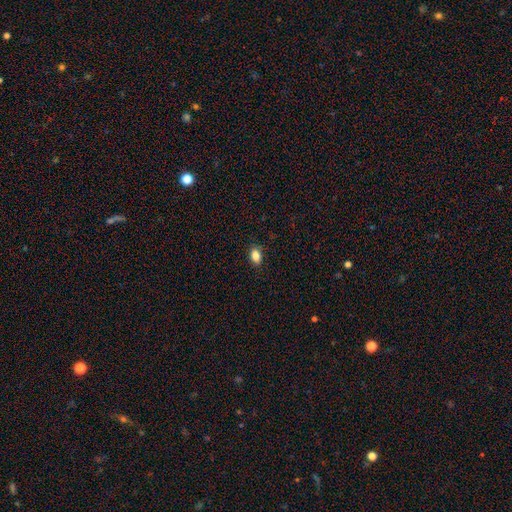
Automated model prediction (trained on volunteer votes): The model was most divided on "how rounded": in between: 81%, round: 17%, cigar-shaped: 2%. More confident: merging — none (88%); smooth or featured — smooth (85%).